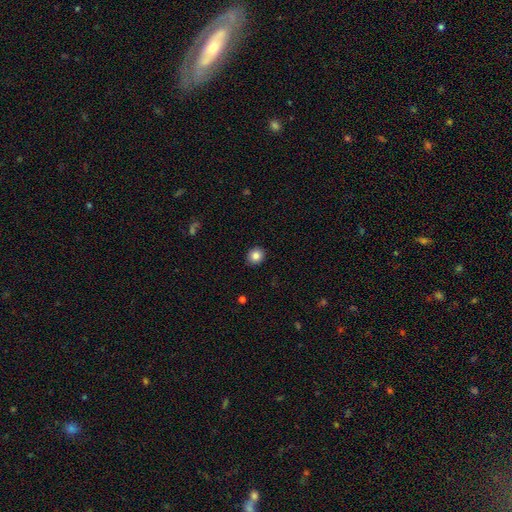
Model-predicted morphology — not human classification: Smooth or featured? Predicted: smooth (p=0.85). How rounded? Predicted: round (p=0.80). Merging? Predicted: none (p=0.91).